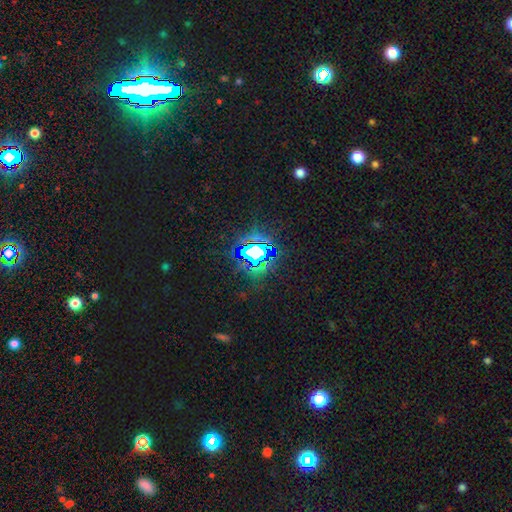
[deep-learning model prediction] A star or artifact, not a galaxy (73%).

Vote fractions:
- Smooth or featured? star or artifact: 73% / smooth: 15% / featured or disk: 12%